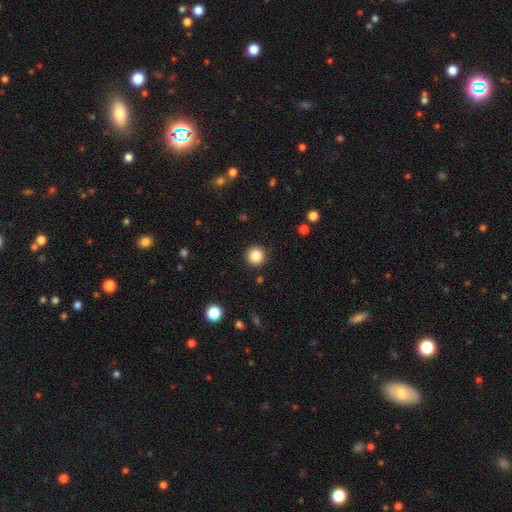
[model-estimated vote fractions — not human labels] Q: Smooth or featured?
A: smooth (86%); runner-up: star or artifact (10%)
Q: How rounded?
A: round (95%); runner-up: in between (4%)
Q: Merging?
A: none (92%); runner-up: minor disturbance (5%)